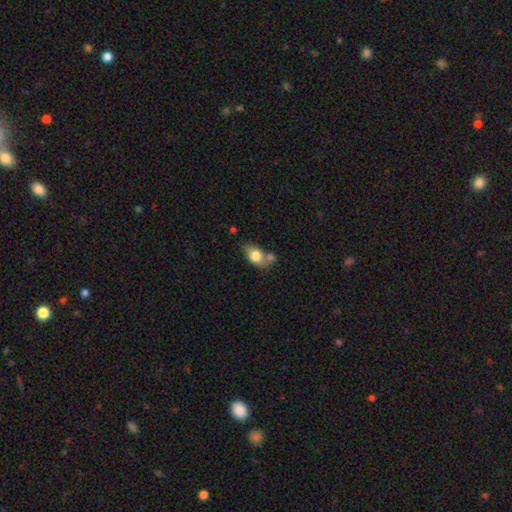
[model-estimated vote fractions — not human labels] Smooth or featured: smooth — 76% (featured or disk — 17%)
How rounded: in between — 76% (round — 22%)
Merging: none — 40% (merger — 31%)